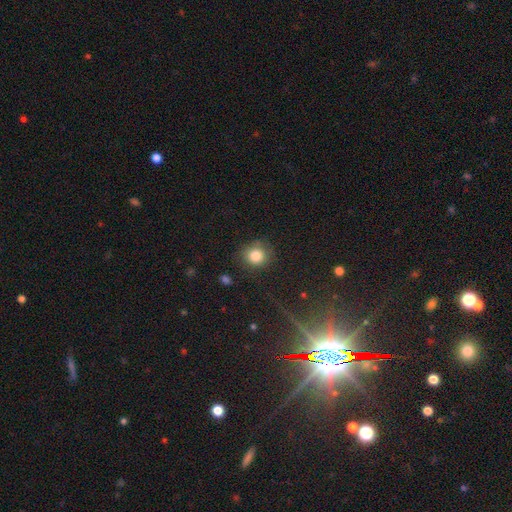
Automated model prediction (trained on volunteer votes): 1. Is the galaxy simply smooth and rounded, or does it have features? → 83% smooth, 11% star or artifact, 6% featured or disk.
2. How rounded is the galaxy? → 85% round, 14% in between, 1% cigar-shaped.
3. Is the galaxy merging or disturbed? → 79% none, 14% minor disturbance, 4% major disturbance, 2% merger.